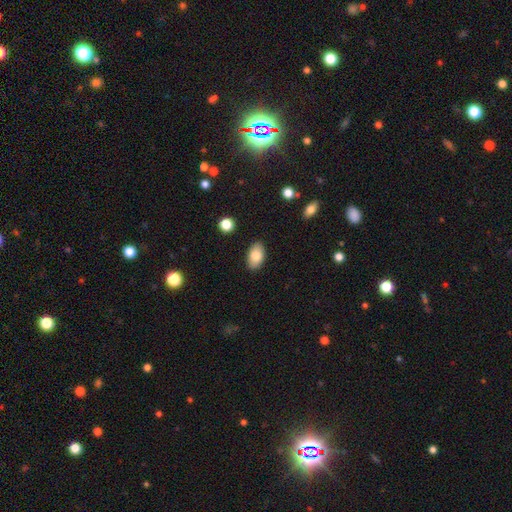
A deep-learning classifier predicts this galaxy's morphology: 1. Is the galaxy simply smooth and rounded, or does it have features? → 83% smooth, 9% featured or disk, 7% star or artifact.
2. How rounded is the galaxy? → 93% in between, 6% round, 2% cigar-shaped.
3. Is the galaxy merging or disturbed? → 86% none, 10% minor disturbance, 2% major disturbance, 1% merger.